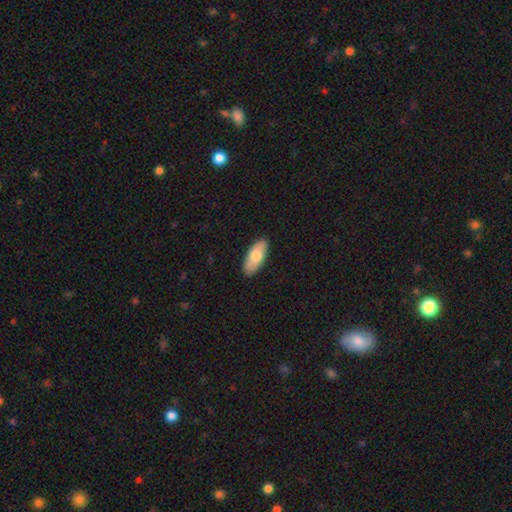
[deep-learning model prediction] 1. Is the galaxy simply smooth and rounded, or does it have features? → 77% smooth, 18% featured or disk, 5% star or artifact.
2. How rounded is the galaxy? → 85% in between, 13% cigar-shaped, 2% round.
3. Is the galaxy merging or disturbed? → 88% none, 9% minor disturbance, 2% major disturbance, 1% merger.